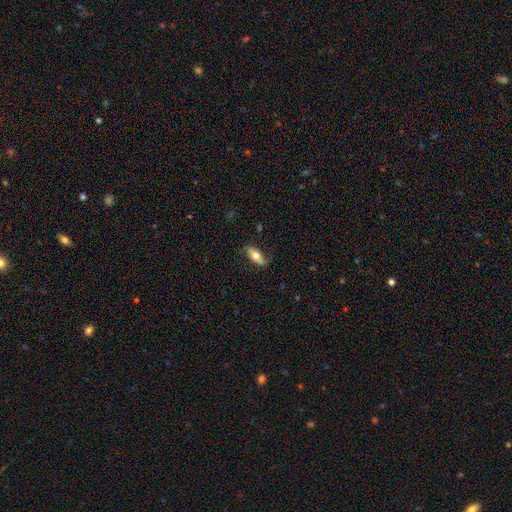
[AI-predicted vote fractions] This is possibly a smooth galaxy (53%). How rounded: likely in between (72%). Merging: likely none (73%).